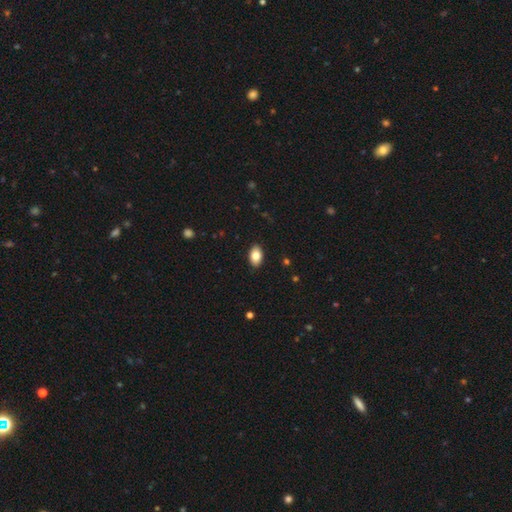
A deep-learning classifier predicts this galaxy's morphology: A smooth galaxy with no disk features (82%) that is in between round and cigar-shaped (92%).

Vote fractions:
- Smooth or featured? smooth: 82% / featured or disk: 10% / star or artifact: 7%
- How rounded? in between: 92% / round: 7% / cigar-shaped: 2%
- Merging? none: 90% / minor disturbance: 8% / major disturbance: 2% / merger: 1%